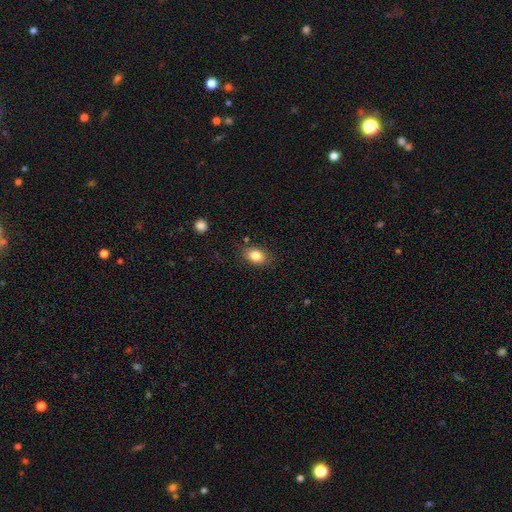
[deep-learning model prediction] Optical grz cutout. It shows a smooth galaxy with no disk features (83%) that is in between round and cigar-shaped (82%). Merging: none (83%).